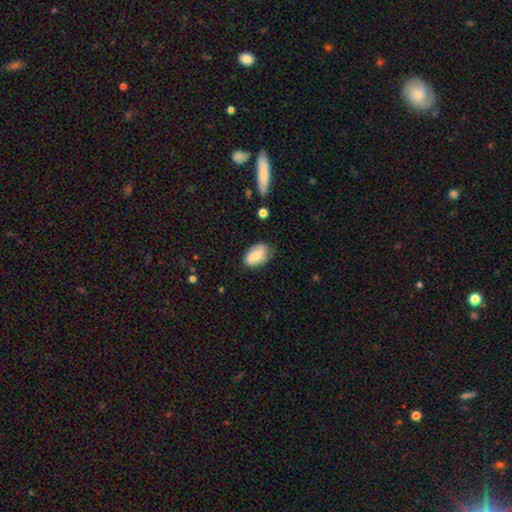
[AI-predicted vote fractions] Smooth or featured: smooth — 64% (featured or disk — 29%)
How rounded: in between — 90% (round — 9%)
Merging: none — 72% (minor disturbance — 22%)